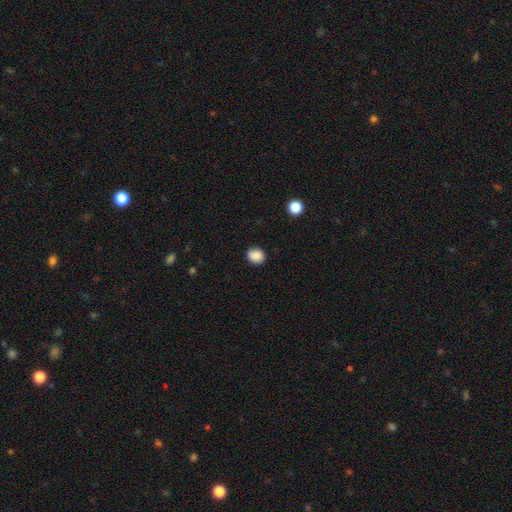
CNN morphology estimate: Smooth or featured? Predicted: smooth (p=0.88). How rounded? Predicted: round (p=0.70). Merging? Predicted: none (p=0.88).